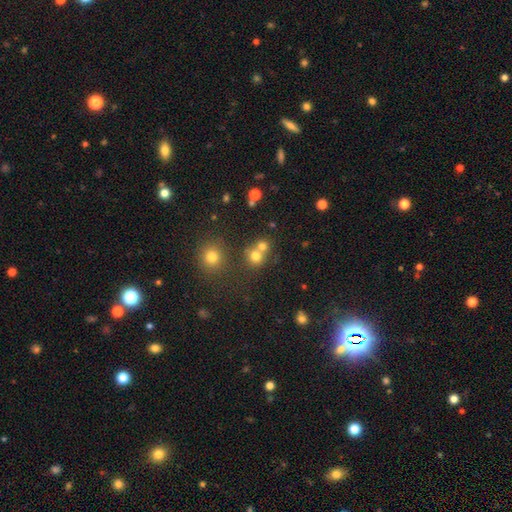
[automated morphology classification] Q: Smooth or featured?
A: smooth (74%); runner-up: star or artifact (16%)
Q: How rounded?
A: round (85%); runner-up: in between (14%)
Q: Merging?
A: none (49%); runner-up: merger (41%)